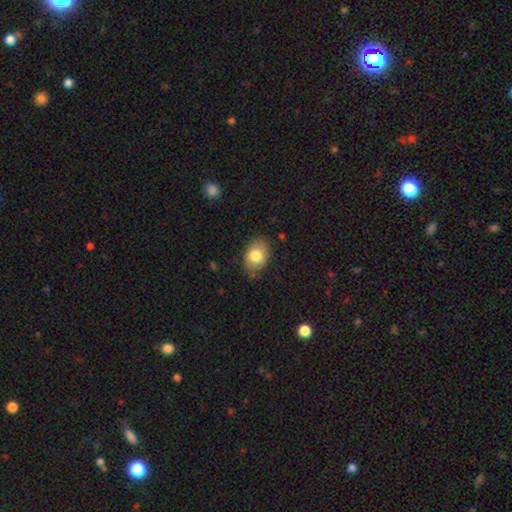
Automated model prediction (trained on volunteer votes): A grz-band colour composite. It shows a smooth galaxy with no disk features (81%) that is in between round and cigar-shaped (73%). Merging: none (78%).